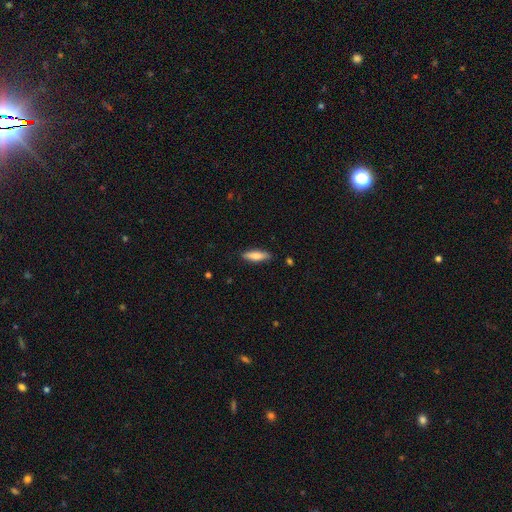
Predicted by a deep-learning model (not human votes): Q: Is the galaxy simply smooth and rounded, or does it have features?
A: smooth — 76%.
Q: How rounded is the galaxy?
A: cigar-shaped — 59%.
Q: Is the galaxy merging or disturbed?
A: none — 88%.